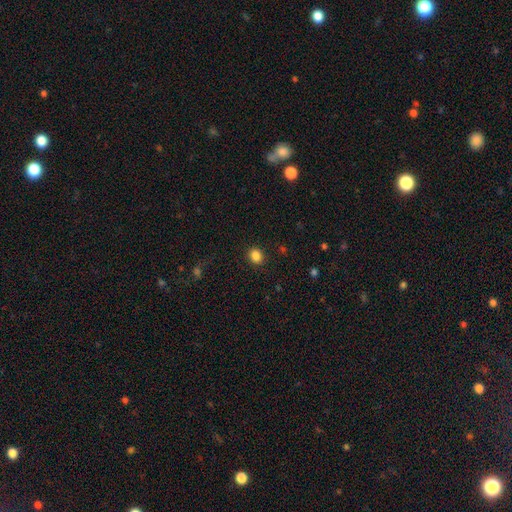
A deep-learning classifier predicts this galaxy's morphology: This is clearly a smooth galaxy (86%). How rounded: likely round (65%). Merging: clearly none (89%).